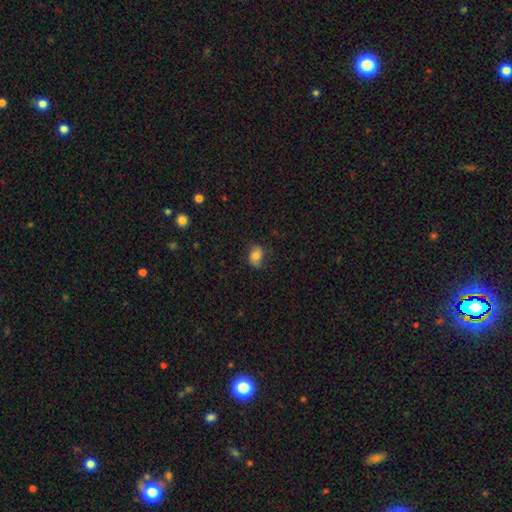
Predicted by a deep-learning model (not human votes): A smooth galaxy with no disk features (70%) that is in between round and cigar-shaped (70%). Merging: none (70%).